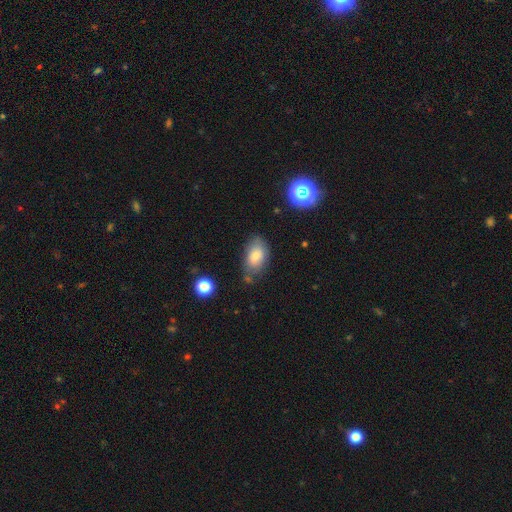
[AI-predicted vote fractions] Smooth or featured? smooth (77%)
How rounded? in between (90%)
Merging? none (65%)